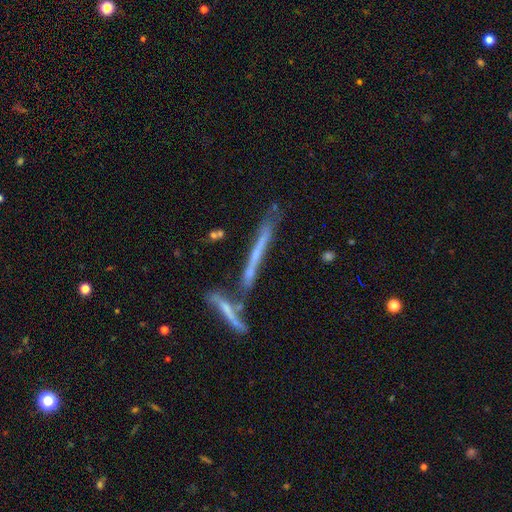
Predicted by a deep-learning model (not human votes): A featured or disk galaxy (62%) viewed edge-on (86%) with no central bulge (75%).

Vote fractions:
- Smooth or featured? featured or disk: 62% / smooth: 27% / star or artifact: 11%
- Edge-on disk? yes: 86% / no: 14%
- Edge-on bulge? none: 75% / rounded: 18% / boxy: 7%
- Merging? none: 44% / merger: 34% / minor disturbance: 14% / major disturbance: 8%